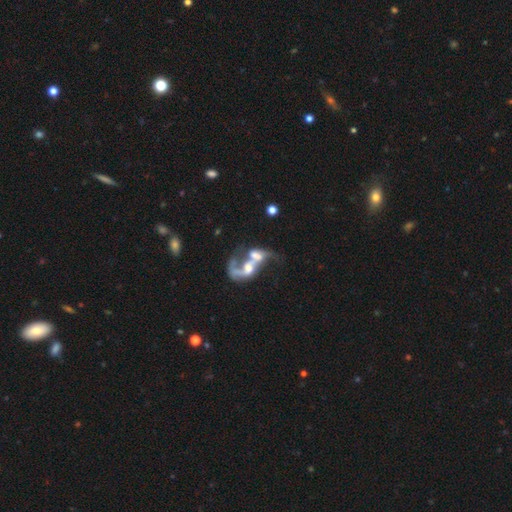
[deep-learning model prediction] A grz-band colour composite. It shows a featured or disk galaxy (66%) with no bar (65%), spiral arms (55%) and a moderate central bulge (39%). Merging: merger (70%).